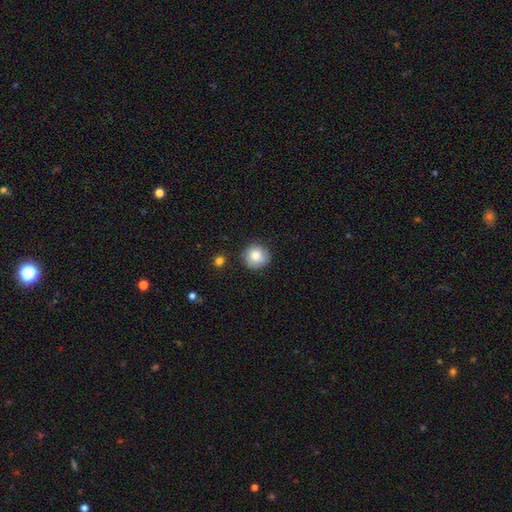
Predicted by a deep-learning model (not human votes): Q: Smooth or featured?
A: smooth (82%); runner-up: featured or disk (9%)
Q: How rounded?
A: round (92%); runner-up: in between (7%)
Q: Merging?
A: none (82%); runner-up: minor disturbance (13%)